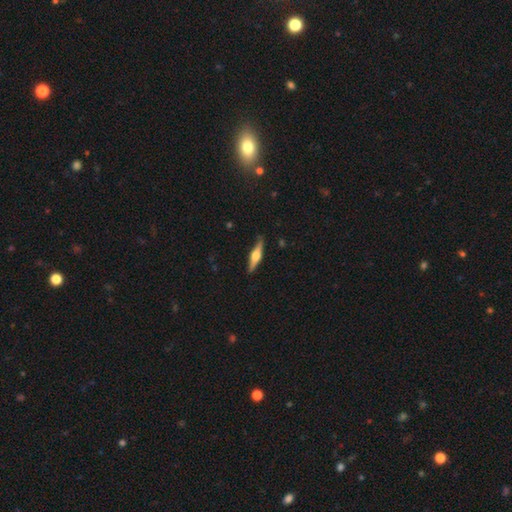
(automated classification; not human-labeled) The model was most divided on "smooth or featured": featured or disk: 62%, smooth: 32%, star or artifact: 5%. More confident: edge-on disk — yes (96%); edge-on bulge — rounded (91%); merging — none (88%).